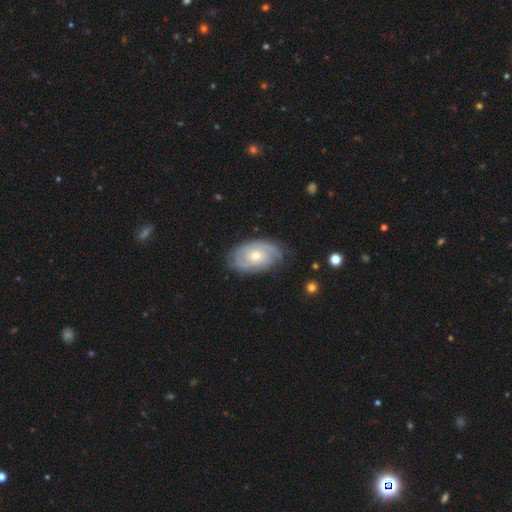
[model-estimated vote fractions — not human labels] This is clearly a featured or disk galaxy (80%). It is clearly not viewed edge-on (96%). Bar: likely no (73%). Spiral arm pattern: clearly yes (93%). Spiral arm count: marginally 2 (39%). Spiral winding: likely tight (66%). Central bulge: possibly moderate (56%). Merging: likely none (76%).